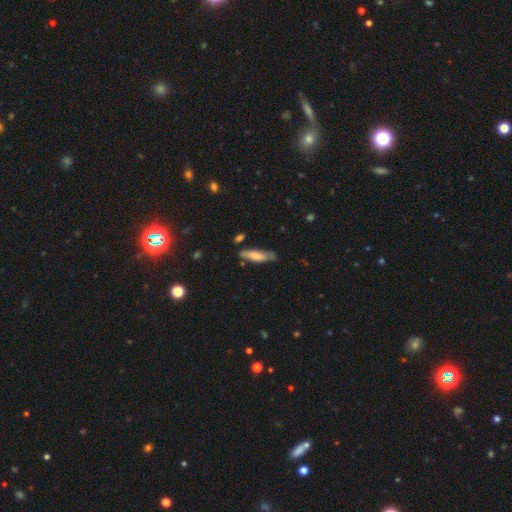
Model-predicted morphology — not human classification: smooth-or-featured: smooth: 65% | featured or disk: 29% | star or artifact: 6%
  how-rounded: cigar-shaped: 65% | in between: 33% | round: 2%
  merging: none: 67% | minor disturbance: 24% | major disturbance: 5% | merger: 4%